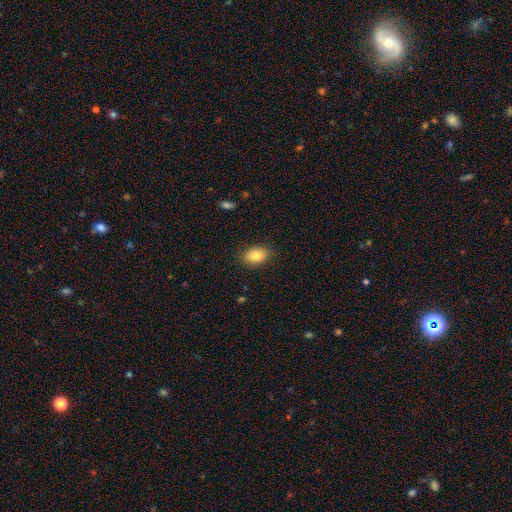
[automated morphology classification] smooth_or_featured: smooth (p=0.85) [alt: star or artifact p=0.08]
how_rounded: in between (p=0.82) [alt: round p=0.17]
merging: none (p=0.86) [alt: minor disturbance p=0.11]